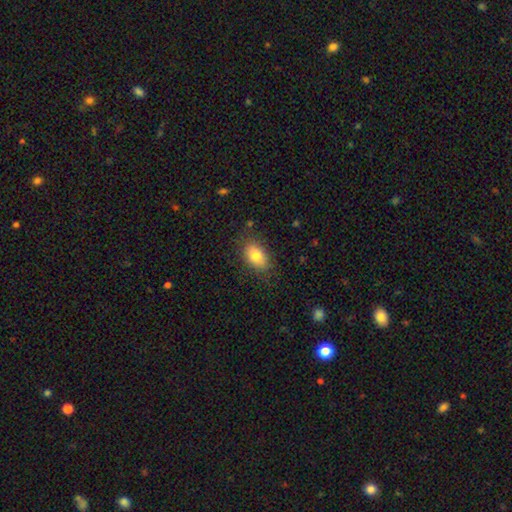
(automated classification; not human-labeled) Morphology: type=smooth (81%); roundness=in between (89%); merging=none (80%).